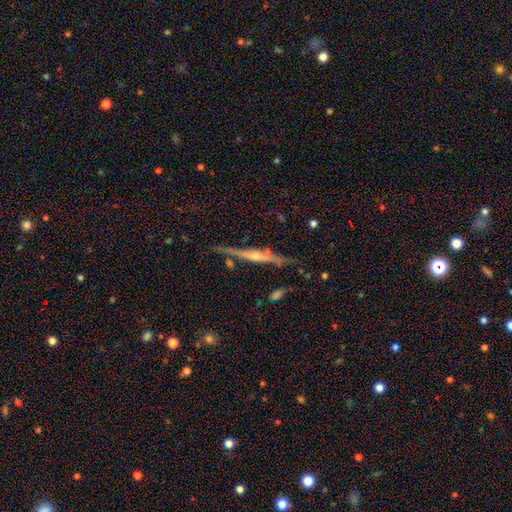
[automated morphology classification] smooth_or_featured: featured or disk (p=0.78) [alt: smooth p=0.14]
disk_edge_on: yes (p=0.96) [alt: no p=0.04]
edge_on_bulge: rounded (p=0.80) [alt: none p=0.13]
merging: none (p=0.77) [alt: minor disturbance p=0.15]